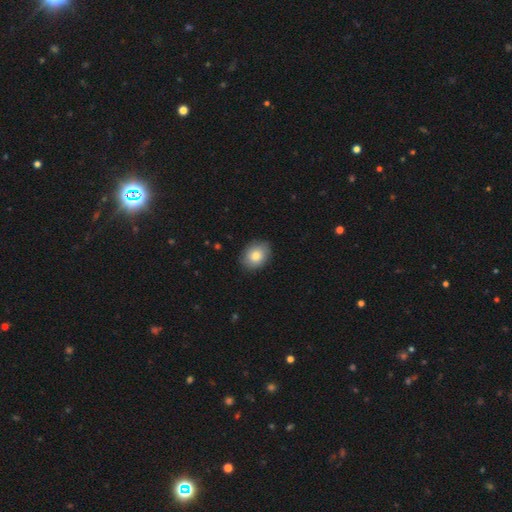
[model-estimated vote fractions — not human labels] Overall: smooth (81%). How rounded: in between (56%; round 43%). Merging: none (85%).